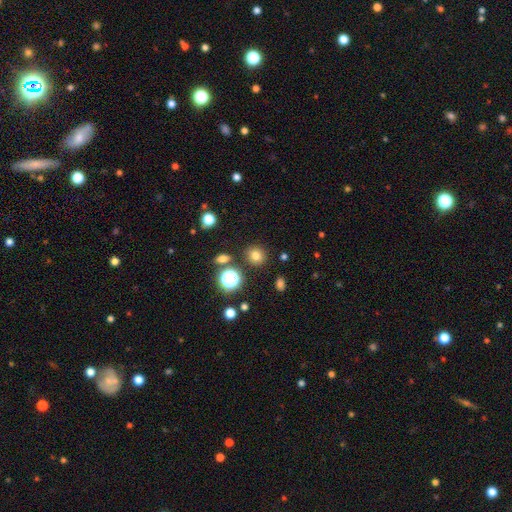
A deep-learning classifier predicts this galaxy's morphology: smooth_or_featured: smooth (p=0.76) [alt: star or artifact p=0.18]
how_rounded: round (p=0.86) [alt: in between p=0.13]
merging: none (p=0.86) [alt: minor disturbance p=0.07]